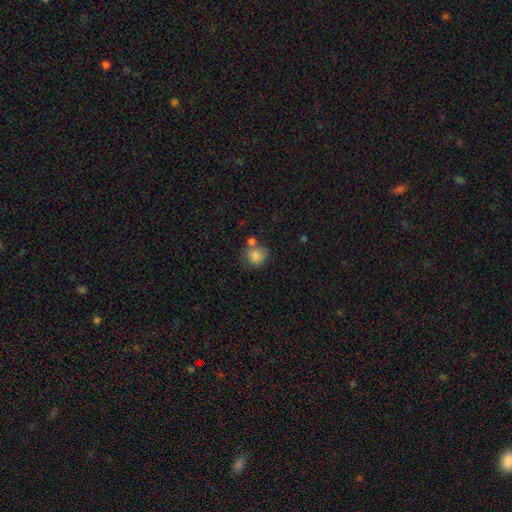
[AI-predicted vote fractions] Smooth or featured?
  - smooth: 85% *
  - star or artifact: 9%
  - featured or disk: 6%
How rounded?
  - round: 84% *
  - in between: 15%
  - cigar-shaped: 1%
Merging?
  - none: 57% *
  - merger: 22%
  - minor disturbance: 16%
  - major disturbance: 5%